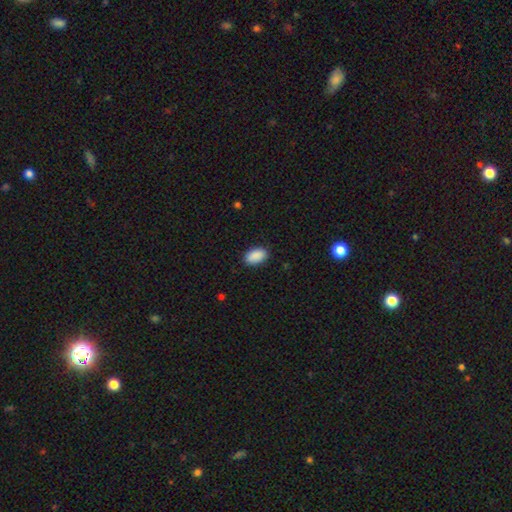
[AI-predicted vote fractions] Smooth or featured: smooth — 91% (star or artifact — 7%)
How rounded: in between — 93% (round — 6%)
Merging: none — 88% (minor disturbance — 9%)